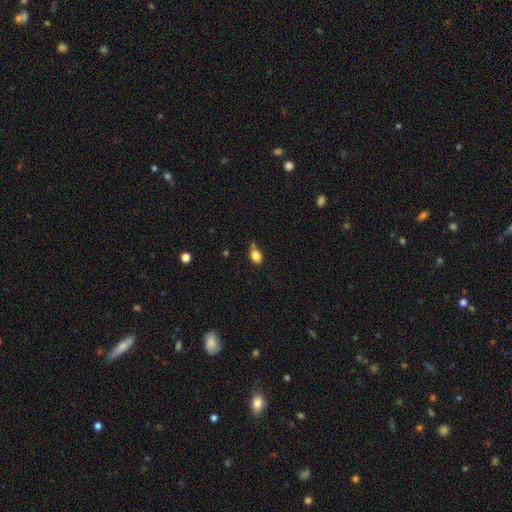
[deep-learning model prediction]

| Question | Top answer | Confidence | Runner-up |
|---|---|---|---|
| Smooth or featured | smooth | 82% | star or artifact (10%) |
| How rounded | in between | 67% | round (31%) |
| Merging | none | 49% | minor disturbance (35%) |